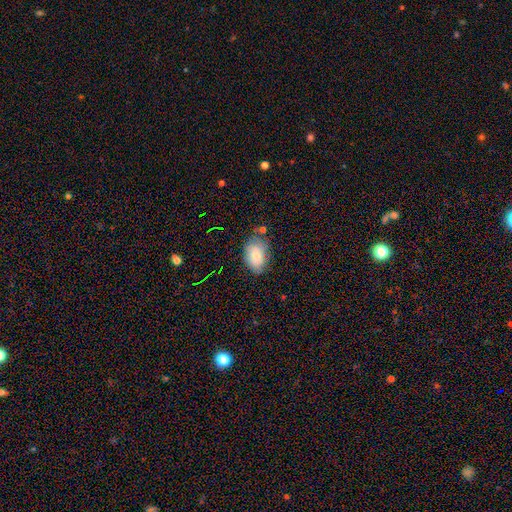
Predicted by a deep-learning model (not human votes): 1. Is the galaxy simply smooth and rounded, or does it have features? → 79% smooth, 12% featured or disk, 9% star or artifact.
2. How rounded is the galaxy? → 89% in between, 10% round, 1% cigar-shaped.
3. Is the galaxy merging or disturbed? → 67% none, 23% minor disturbance, 5% major disturbance, 4% merger.